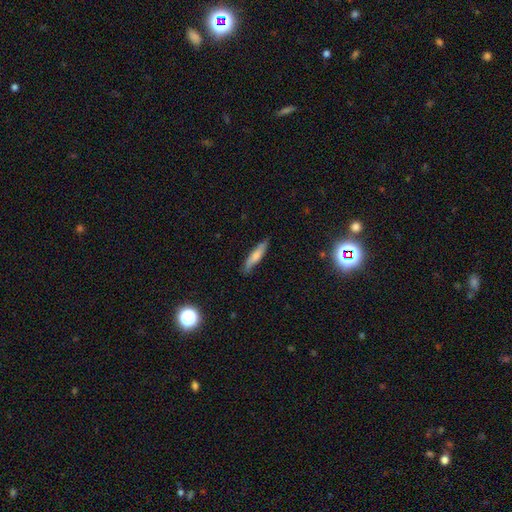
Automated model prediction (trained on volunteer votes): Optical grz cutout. It shows a smooth galaxy with no disk features (66%) that is cigar-shaped (84%). Merging: none (81%).